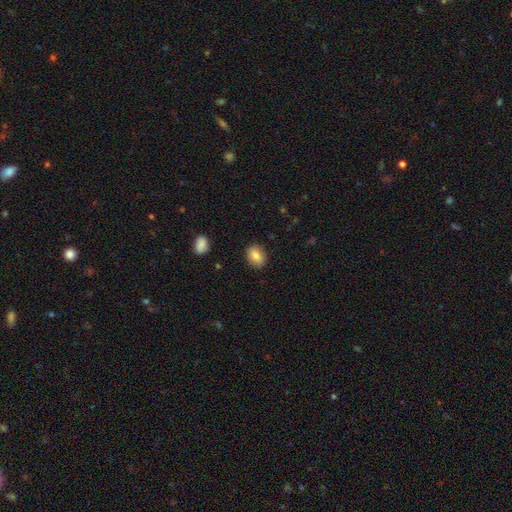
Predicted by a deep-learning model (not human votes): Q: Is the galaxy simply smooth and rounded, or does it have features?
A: smooth — 82%.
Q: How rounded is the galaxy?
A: in between — 62%.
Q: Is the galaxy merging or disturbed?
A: none — 87%.